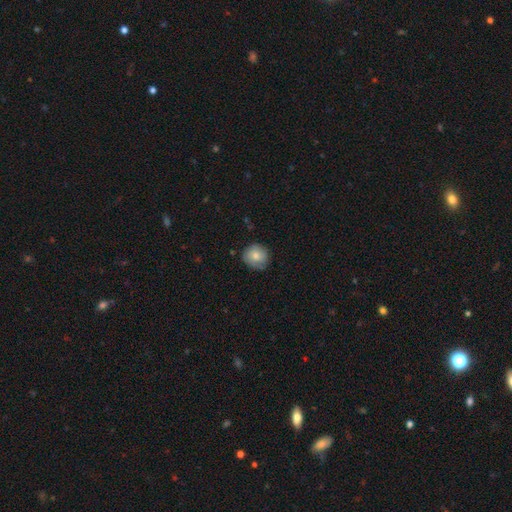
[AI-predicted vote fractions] smooth 71%, featured or disk 22%, star or artifact 8%. Down the decision tree: how rounded — round (86%); merging — none (76%).